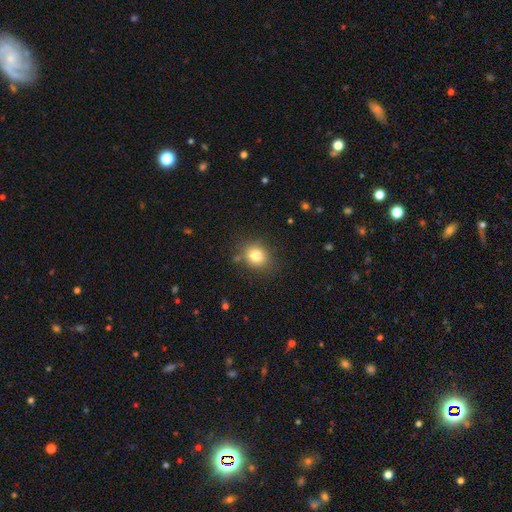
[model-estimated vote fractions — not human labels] This is clearly a smooth galaxy (81%). How rounded: likely round (71%). Merging: clearly none (81%).